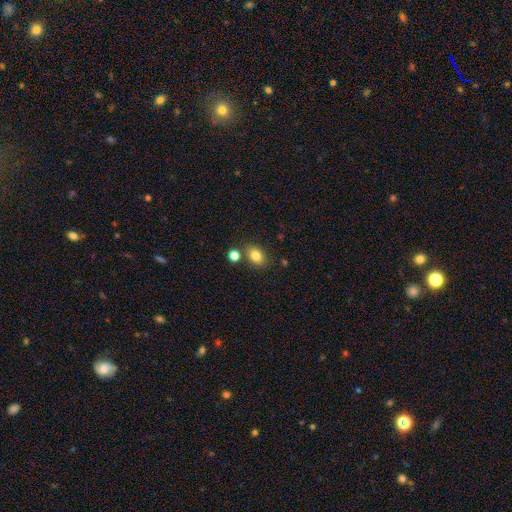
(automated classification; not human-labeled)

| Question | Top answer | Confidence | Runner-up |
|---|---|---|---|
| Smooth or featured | smooth | 82% | star or artifact (11%) |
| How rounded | in between | 73% | round (25%) |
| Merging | none | 75% | minor disturbance (12%) |